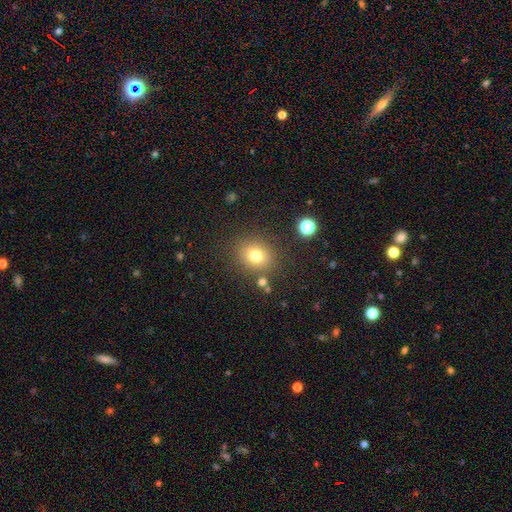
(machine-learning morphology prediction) Smooth or featured? Predicted: smooth (p=0.76). How rounded? Predicted: round (p=0.72). Merging? Predicted: none (p=0.83).